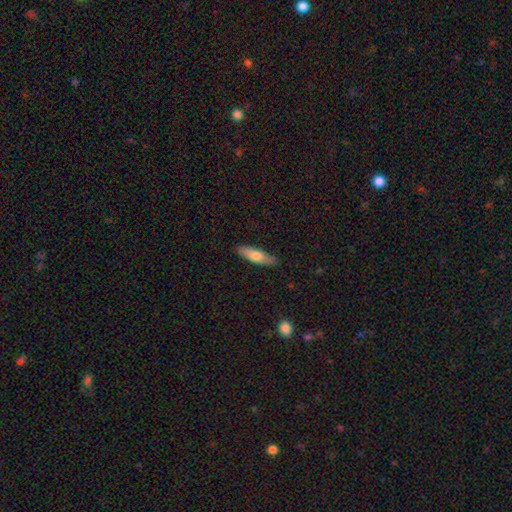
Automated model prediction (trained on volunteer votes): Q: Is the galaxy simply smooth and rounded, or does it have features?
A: smooth — 71%.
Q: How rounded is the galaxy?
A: cigar-shaped — 59%.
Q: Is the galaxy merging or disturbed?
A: none — 87%.